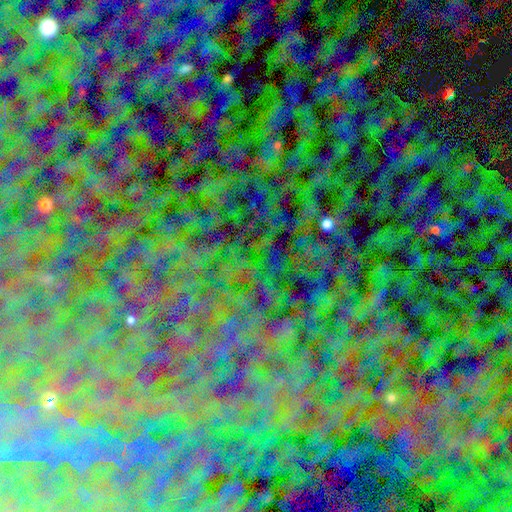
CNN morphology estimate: A star or artifact, not a galaxy (81%).